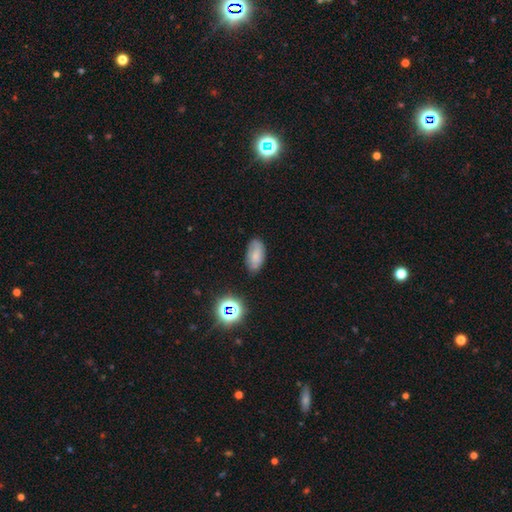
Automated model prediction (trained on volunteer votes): A smooth galaxy with no disk features (66%) that is in between round and cigar-shaped (92%).

Vote fractions:
- Smooth or featured? smooth: 66% / featured or disk: 22% / star or artifact: 12%
- How rounded? in between: 92% / round: 5% / cigar-shaped: 3%
- Merging? none: 73% / minor disturbance: 20% / major disturbance: 5% / merger: 2%